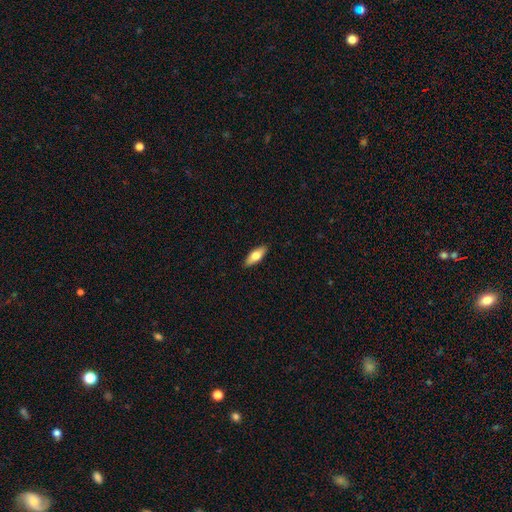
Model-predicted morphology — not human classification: Q: Smooth or featured?
A: smooth (72%); runner-up: featured or disk (22%)
Q: How rounded?
A: in between (74%); runner-up: cigar-shaped (24%)
Q: Merging?
A: none (89%); runner-up: minor disturbance (8%)